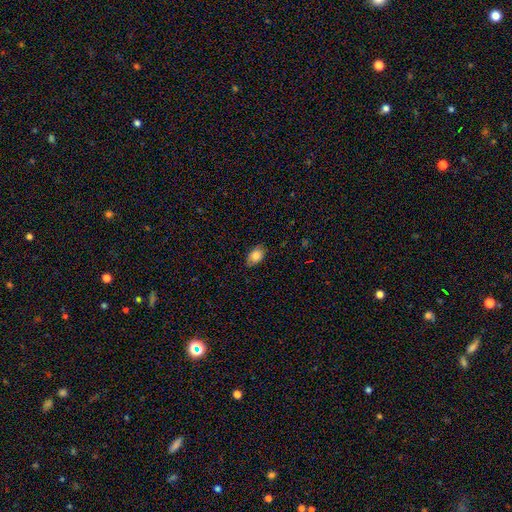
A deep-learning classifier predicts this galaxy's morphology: Smooth or featured: smooth — 82% (featured or disk — 11%)
How rounded: in between — 91% (round — 8%)
Merging: none — 82% (minor disturbance — 14%)